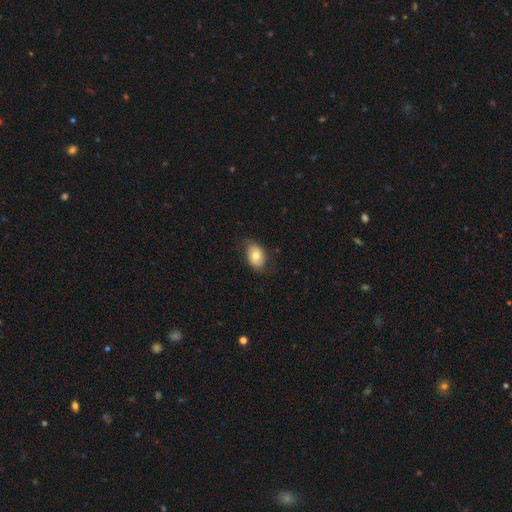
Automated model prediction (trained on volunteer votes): Overall: smooth (73%). How rounded: in between (82%). Merging: none (75%).